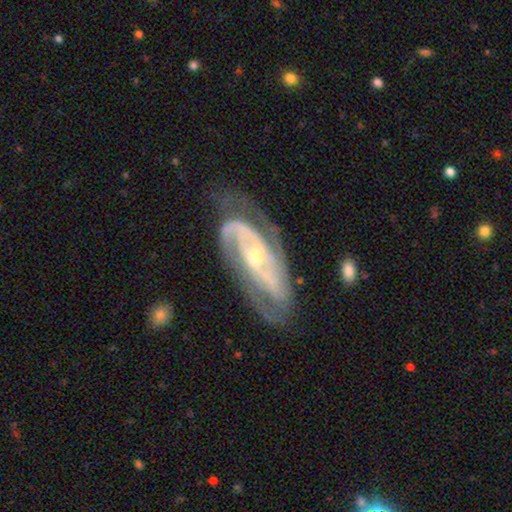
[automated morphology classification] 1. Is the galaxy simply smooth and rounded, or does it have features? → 90% featured or disk, 5% smooth, 5% star or artifact.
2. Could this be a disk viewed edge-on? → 94% no, 6% yes.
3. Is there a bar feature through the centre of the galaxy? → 44% no, 36% weak, 20% strong.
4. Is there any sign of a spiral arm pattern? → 97% yes, 3% no.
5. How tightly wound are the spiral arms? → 45% medium, 43% tight, 12% loose.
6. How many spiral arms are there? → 66% 2, 13% 3, 11% can't tell, 4% 1, 3% 4, 3% more than 4.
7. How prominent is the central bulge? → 58% small, 37% moderate, 2% large, 2% none, 1% dominant.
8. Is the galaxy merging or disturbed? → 64% none, 21% minor disturbance, 13% major disturbance, 2% merger.